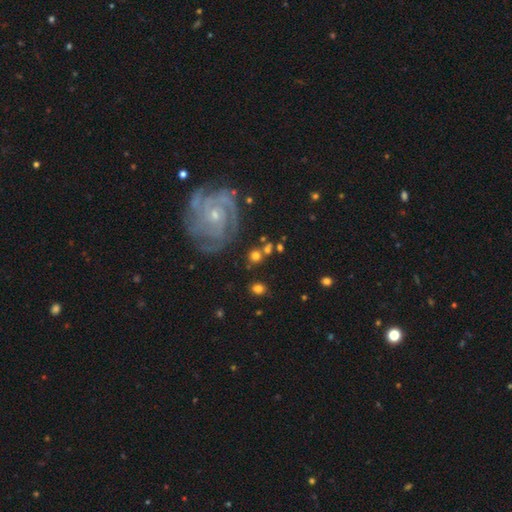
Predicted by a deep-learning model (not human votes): smooth_or_featured: smooth (p=0.53) [alt: featured or disk p=0.35]
how_rounded: round (p=0.83) [alt: in between p=0.15]
merging: none (p=0.77) [alt: minor disturbance p=0.10]